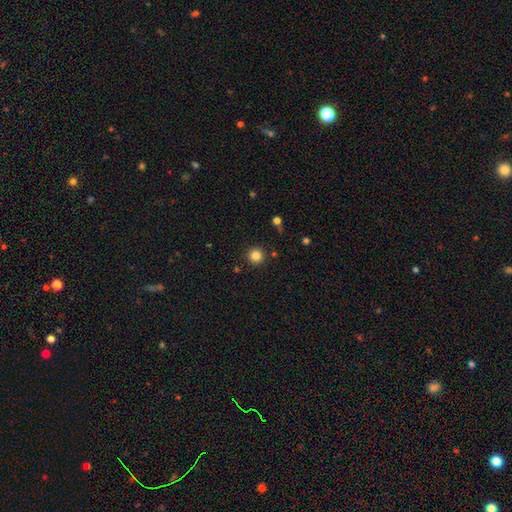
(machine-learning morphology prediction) smooth_or_featured: smooth (p=0.83) [alt: star or artifact p=0.12]
how_rounded: round (p=0.95) [alt: in between p=0.04]
merging: none (p=0.90) [alt: minor disturbance p=0.06]